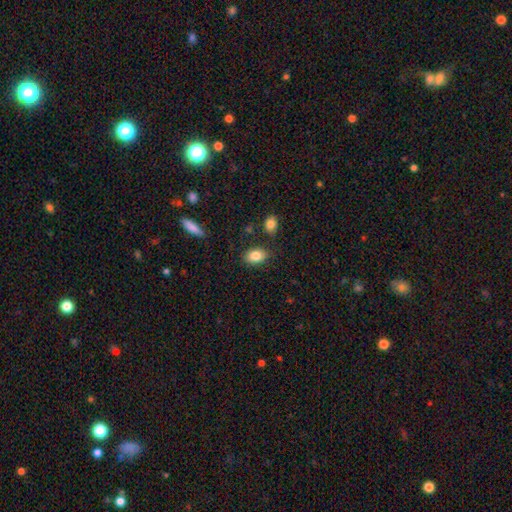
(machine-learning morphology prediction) Smooth or featured? Predicted: smooth (p=0.84). How rounded? Predicted: in between (p=0.86). Merging? Predicted: none (p=0.81).